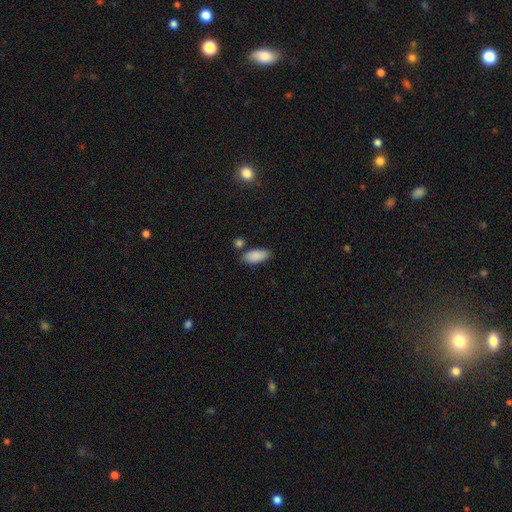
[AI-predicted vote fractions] This is clearly a smooth galaxy (88%). How rounded: clearly in between (90%). Merging: likely none (75%).